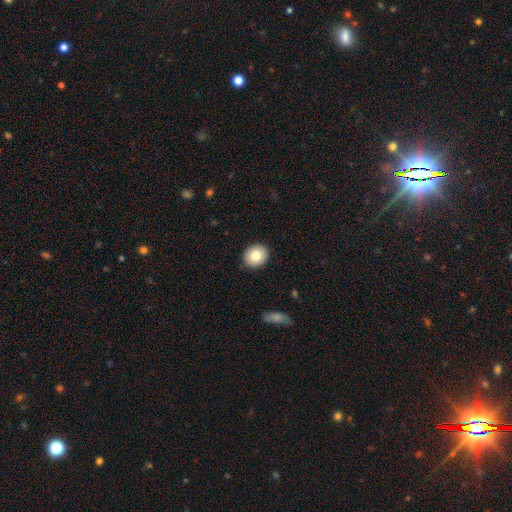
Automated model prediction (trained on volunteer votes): This appears to be a smooth galaxy with no disk features (80%) that is round (76%). Merging: none (91%).